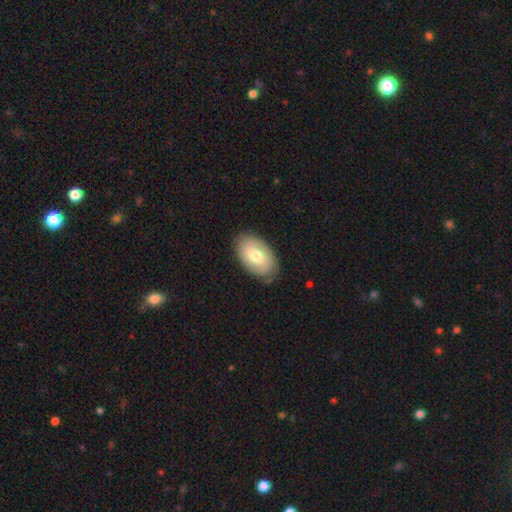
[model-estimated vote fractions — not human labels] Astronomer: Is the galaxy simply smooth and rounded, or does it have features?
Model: smooth — 64%.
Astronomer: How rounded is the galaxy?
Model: in between — 93%.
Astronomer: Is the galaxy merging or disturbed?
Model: none — 80%.